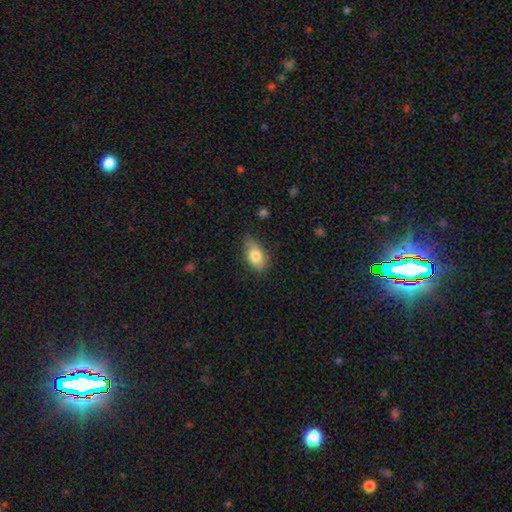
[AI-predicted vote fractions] Morphology: type=smooth (78%); roundness=in between (88%); merging=none (66%).